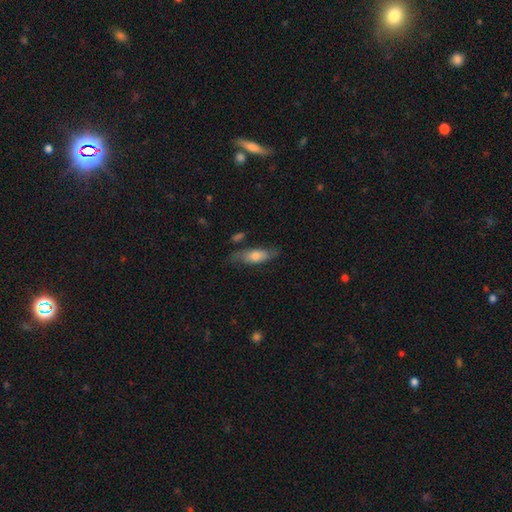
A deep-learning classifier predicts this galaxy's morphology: Smooth or featured: smooth — 56% (featured or disk — 36%)
How rounded: in between — 65% (cigar-shaped — 32%)
Merging: none — 66% (minor disturbance — 22%)